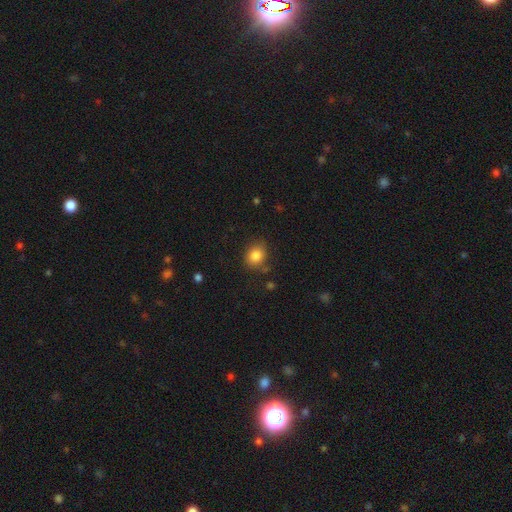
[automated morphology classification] This appears to be a smooth galaxy with no disk features (84%) that is round (61%). Merging: none (76%).